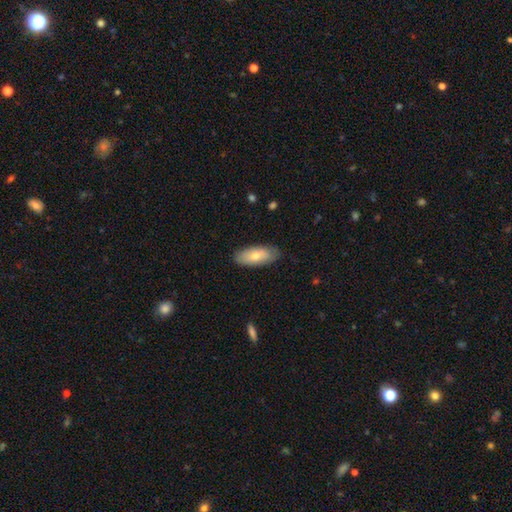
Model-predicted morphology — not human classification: This is likely a smooth galaxy (74%). How rounded: clearly in between (84%). Merging: clearly none (83%).